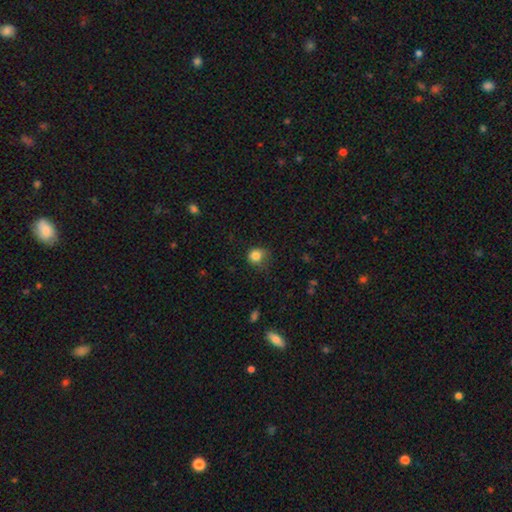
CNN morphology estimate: A smooth galaxy with no disk features (83%) that is round (80%). Merging: none (59%).